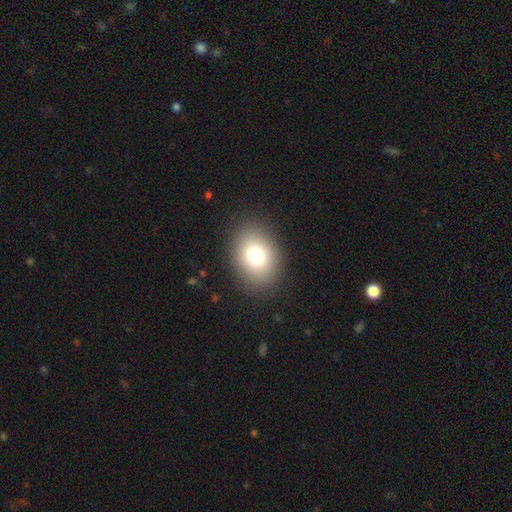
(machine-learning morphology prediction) The model was most divided on "how rounded": in between: 58%, round: 42%, cigar-shaped: 1%. More confident: merging — none (88%); smooth or featured — smooth (77%).